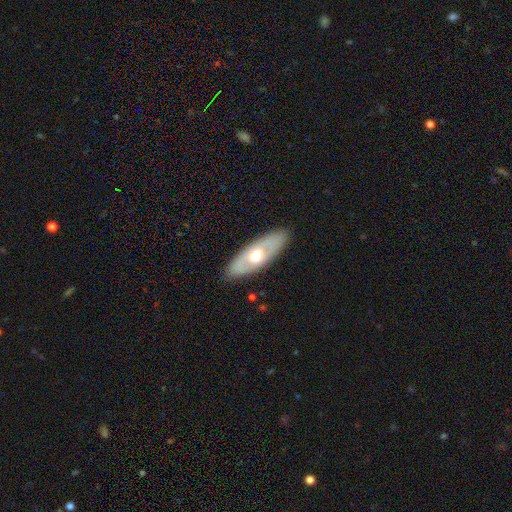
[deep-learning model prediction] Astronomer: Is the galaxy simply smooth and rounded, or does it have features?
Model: featured or disk — 52% (runner-up: smooth, 43%).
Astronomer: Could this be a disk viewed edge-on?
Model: no — 73%.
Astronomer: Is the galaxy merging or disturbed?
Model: none — 86%.